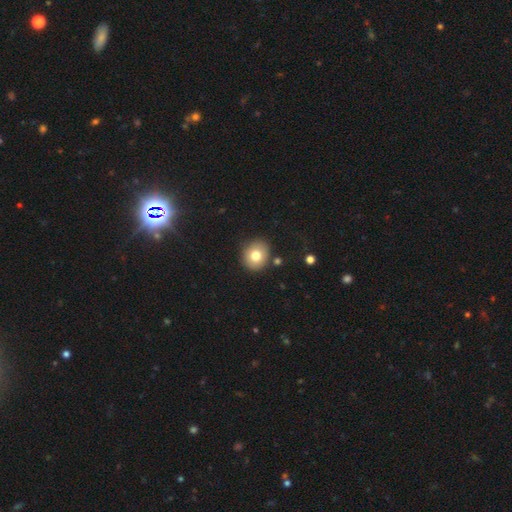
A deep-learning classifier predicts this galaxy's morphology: smooth_or_featured: smooth (p=0.77) [alt: featured or disk p=0.13]
how_rounded: round (p=0.80) [alt: in between p=0.19]
merging: none (p=0.85) [alt: minor disturbance p=0.09]